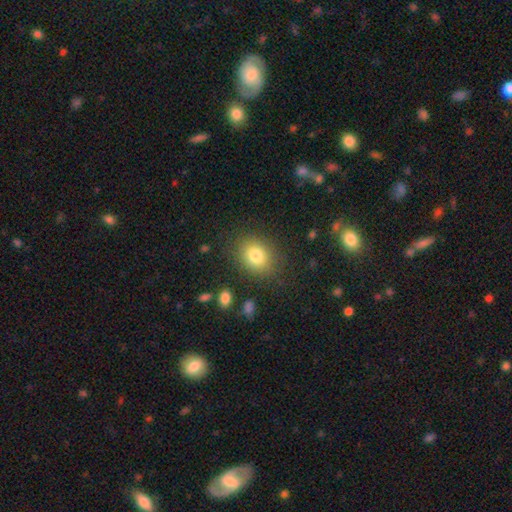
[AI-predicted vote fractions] smooth 81%, star or artifact 10%, featured or disk 9%. Down the decision tree: how rounded — in between (53%); merging — none (83%).